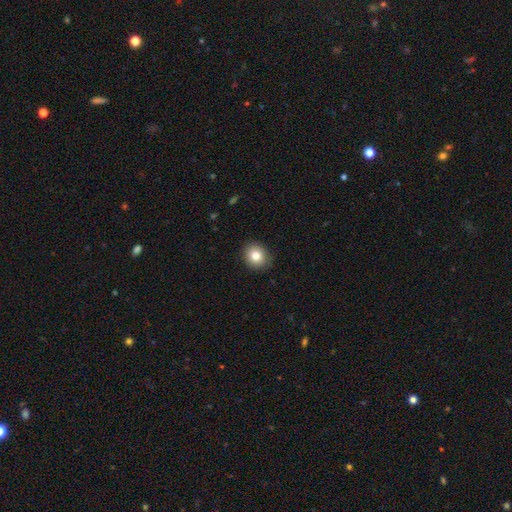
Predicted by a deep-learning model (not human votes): Overall: smooth (81%). How rounded: round (75%). Merging: none (89%).